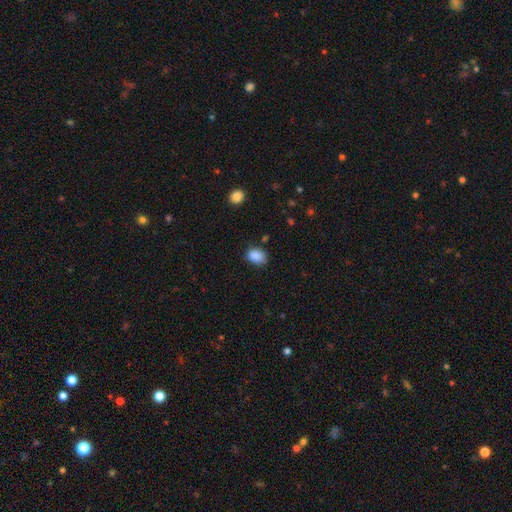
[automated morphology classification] type=smooth (88%); roundness=in between (70%); merging=none (74%).